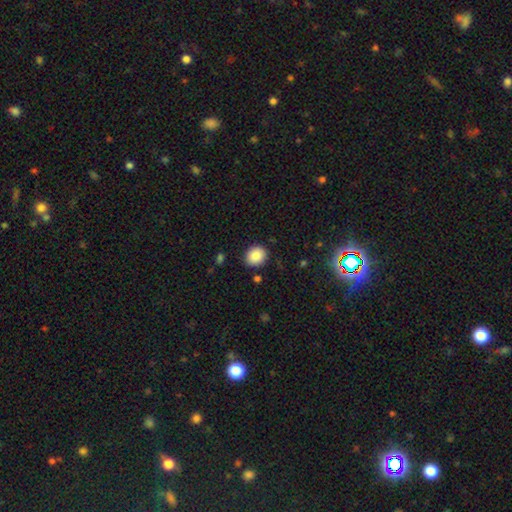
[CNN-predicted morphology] type=smooth (86%); roundness=round (73%); merging=none (87%).